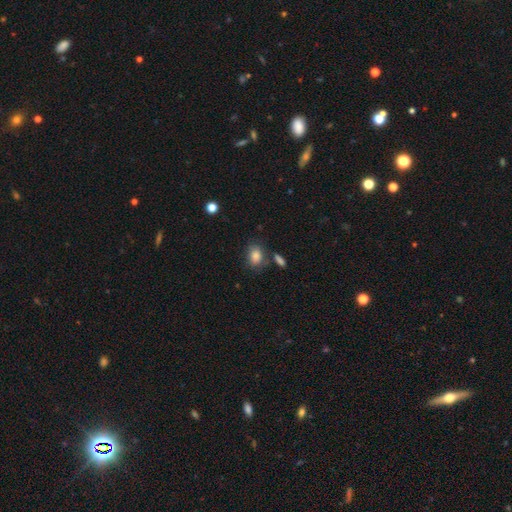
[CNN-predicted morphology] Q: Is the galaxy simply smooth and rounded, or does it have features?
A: smooth — 84%.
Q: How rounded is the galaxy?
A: in between — 73%.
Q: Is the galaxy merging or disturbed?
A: none — 68%.